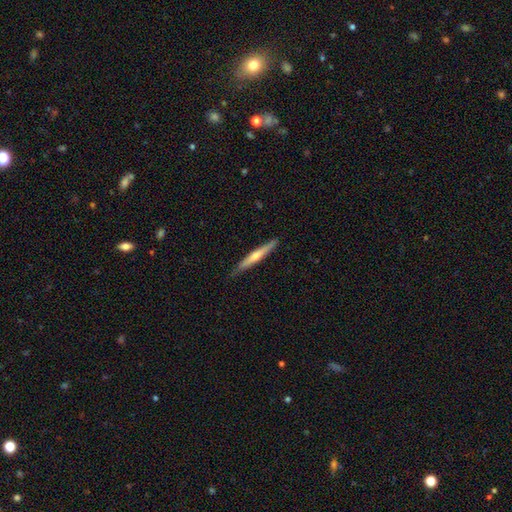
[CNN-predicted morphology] Smooth or featured: featured or disk — 59% (smooth — 35%)
Edge-on disk: yes — 96% (no — 4%)
Edge-on bulge: rounded — 77% (none — 20%)
Merging: none — 87% (minor disturbance — 10%)